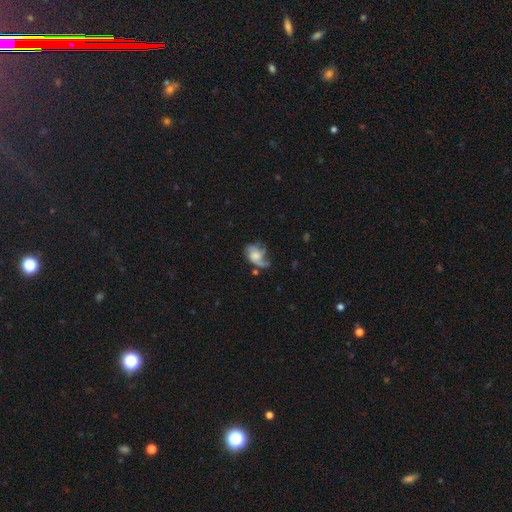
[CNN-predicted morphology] Q: Smooth or featured?
A: featured or disk (61%); runner-up: smooth (30%)
Q: Edge-on disk?
A: no (97%); runner-up: yes (3%)
Q: Bar?
A: no (73%); runner-up: weak (23%)
Q: Spiral arms?
A: yes (80%); runner-up: no (20%)
Q: Bulge size?
A: moderate (38%); runner-up: small (22%)
Q: Merging?
A: none (38%); runner-up: major disturbance (30%)